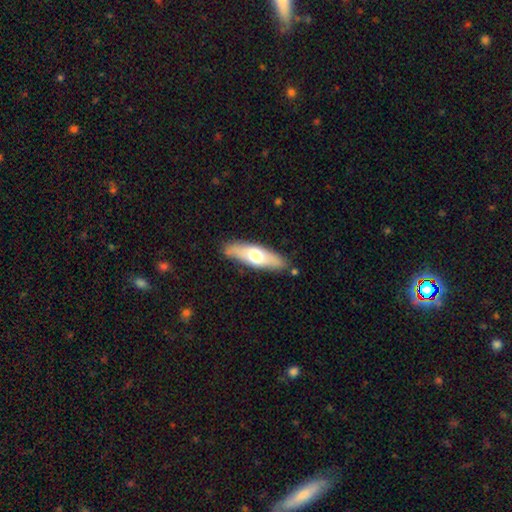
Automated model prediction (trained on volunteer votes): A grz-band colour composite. It shows a smooth galaxy with no disk features (52%) that is cigar-shaped (56%). Merging: none (83%).